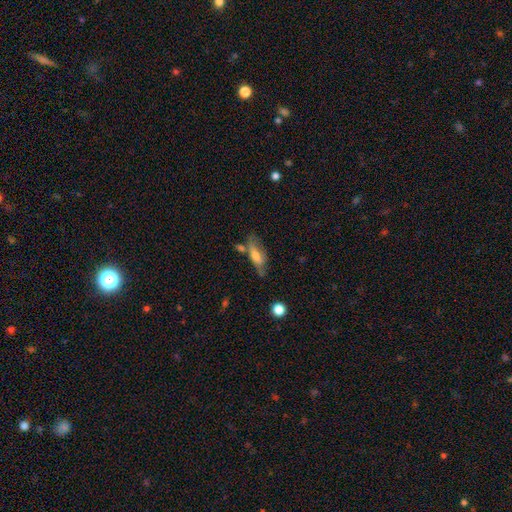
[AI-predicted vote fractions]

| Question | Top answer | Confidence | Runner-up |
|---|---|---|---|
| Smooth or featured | smooth | 50% | featured or disk (42%) |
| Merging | none | 53% | minor disturbance (23%) |